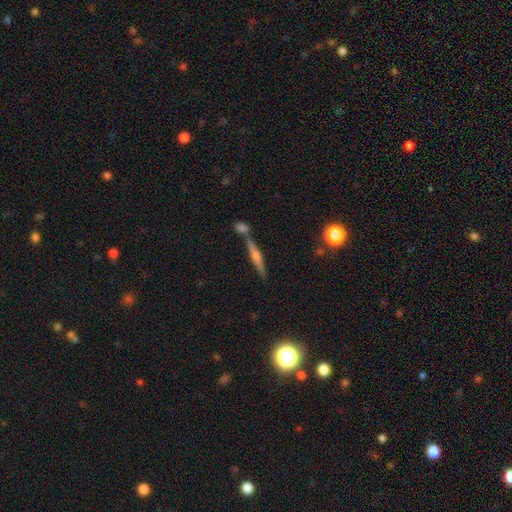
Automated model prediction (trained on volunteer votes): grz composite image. It shows a featured or disk galaxy (63%) viewed edge-on (96%) with a rounded central bulge (73%). Merging: none (77%).